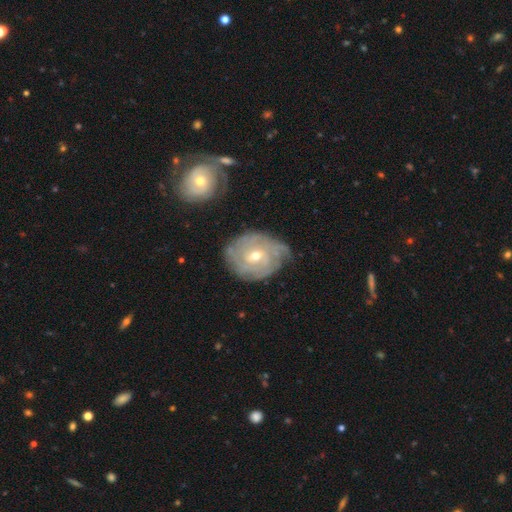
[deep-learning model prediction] This is likely a featured or disk galaxy (80%). It is clearly not viewed edge-on (97%). Bar: possibly no (50%). Spiral arm pattern: clearly yes (90%). Spiral arm count: possibly can't tell (49%). Spiral winding: likely tight (75%). Central bulge: possibly moderate (49%, tied with small). Merging: likely none (66%).